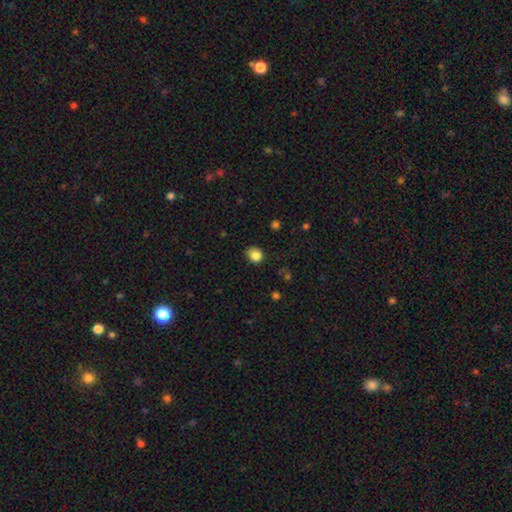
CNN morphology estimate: smooth_or_featured: smooth (p=0.84) [alt: star or artifact p=0.11]
how_rounded: round (p=0.69) [alt: in between p=0.30]
merging: none (p=0.74) [alt: minor disturbance p=0.20]